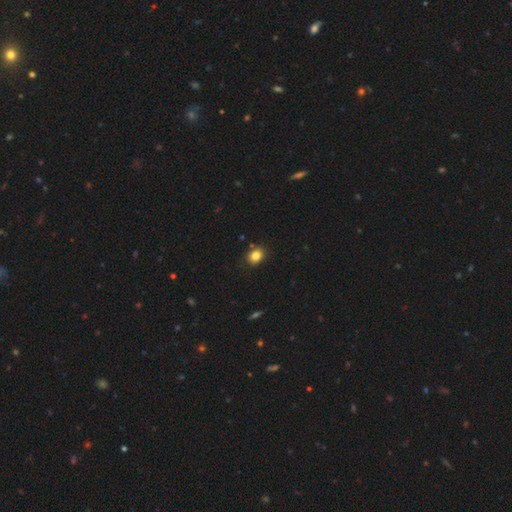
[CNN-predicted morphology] Smooth or featured? Predicted: smooth (p=0.84). How rounded? Predicted: round (p=0.52). Merging? Predicted: none (p=0.83).